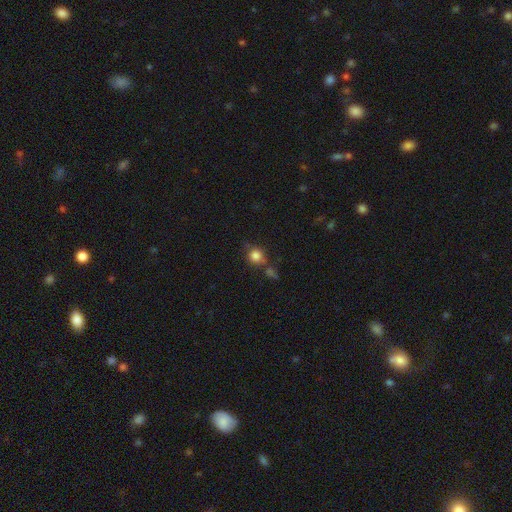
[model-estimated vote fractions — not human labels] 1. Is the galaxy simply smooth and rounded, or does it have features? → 82% smooth, 11% star or artifact, 7% featured or disk.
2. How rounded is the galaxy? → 81% round, 18% in between, 1% cigar-shaped.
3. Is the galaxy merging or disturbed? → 61% none, 17% minor disturbance, 15% merger, 7% major disturbance.